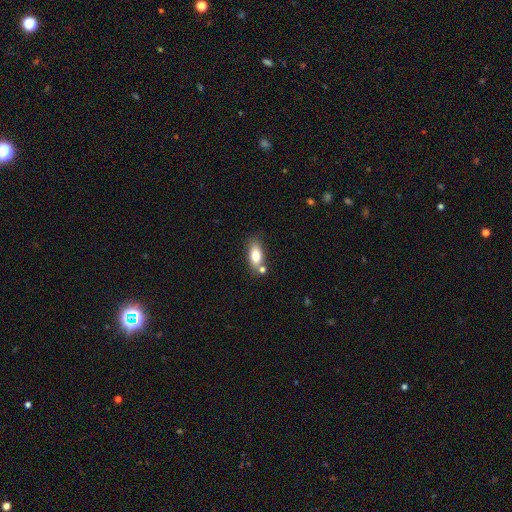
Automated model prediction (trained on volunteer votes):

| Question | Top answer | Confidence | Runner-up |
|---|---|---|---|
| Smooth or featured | smooth | 78% | featured or disk (14%) |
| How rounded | in between | 85% | cigar-shaped (9%) |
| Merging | none | 62% | merger (19%) |